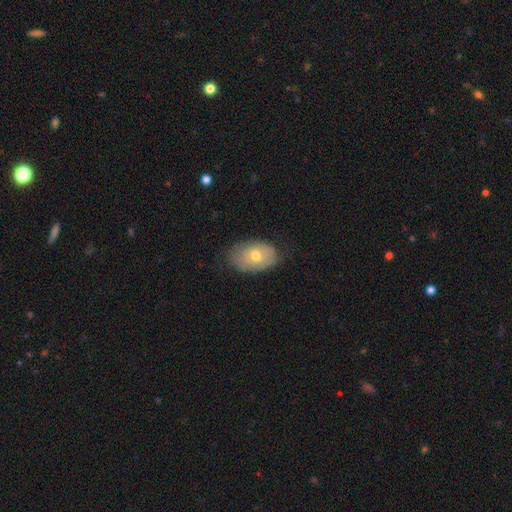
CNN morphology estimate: type=smooth (64%); roundness=in between (85%); merging=none (67%).